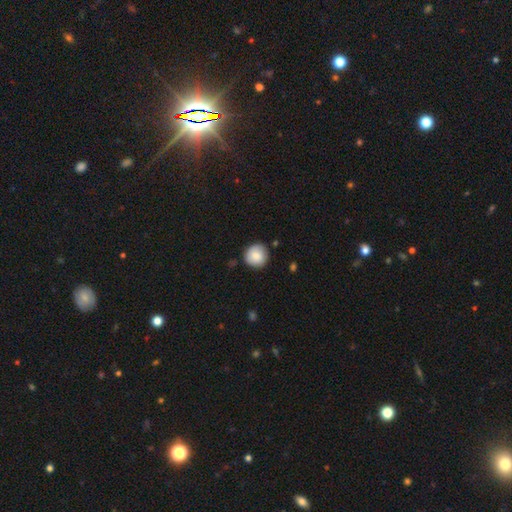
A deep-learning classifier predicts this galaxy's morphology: This appears to be a smooth galaxy with no disk features (83%) that is round (94%). Merging: none (85%).